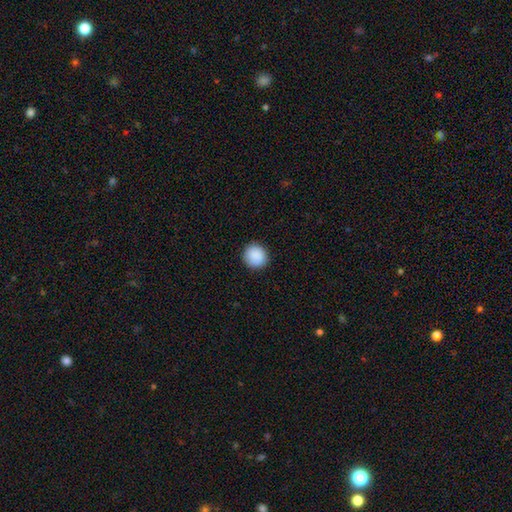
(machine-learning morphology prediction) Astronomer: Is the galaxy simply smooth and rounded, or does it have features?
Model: smooth — 90%.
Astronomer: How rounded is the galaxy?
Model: round — 93%.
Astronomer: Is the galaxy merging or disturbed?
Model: none — 92%.